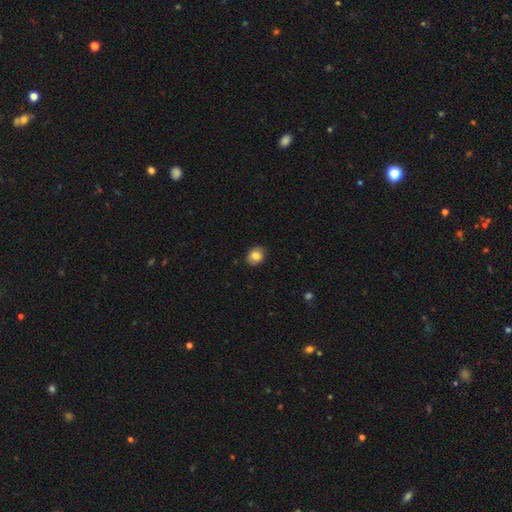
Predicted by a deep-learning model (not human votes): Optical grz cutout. It shows a smooth galaxy with no disk features (81%) that is round (52%). Merging: none (86%).